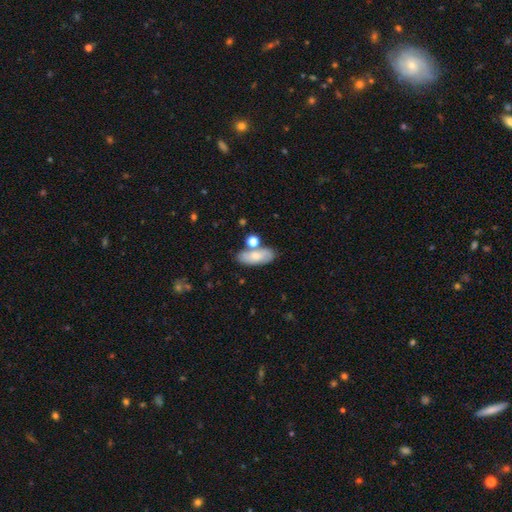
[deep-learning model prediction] Morphology: type=smooth (63%); roundness=in between (81%); merging=none (61%).